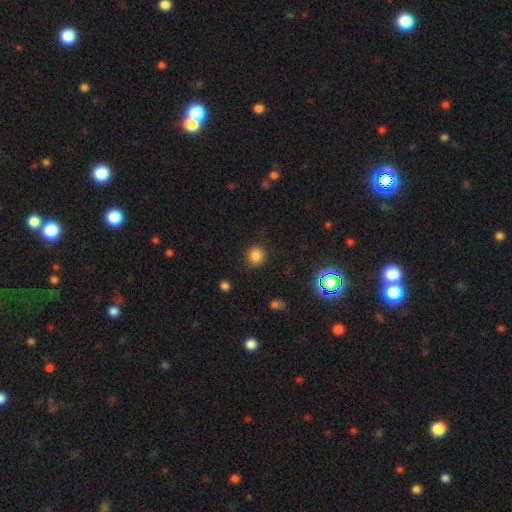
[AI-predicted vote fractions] The model was most divided on "smooth or featured": smooth: 82%, star or artifact: 14%, featured or disk: 4%. More confident: how rounded — round (89%); merging — none (88%).